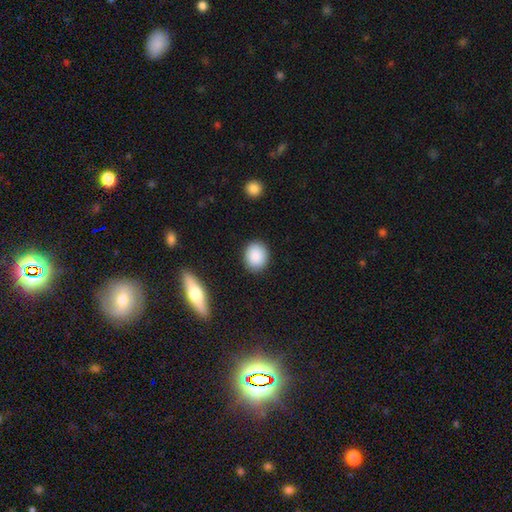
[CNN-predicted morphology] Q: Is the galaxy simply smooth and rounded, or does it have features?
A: smooth — 88%.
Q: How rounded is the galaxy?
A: round — 66%.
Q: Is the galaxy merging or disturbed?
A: none — 89%.